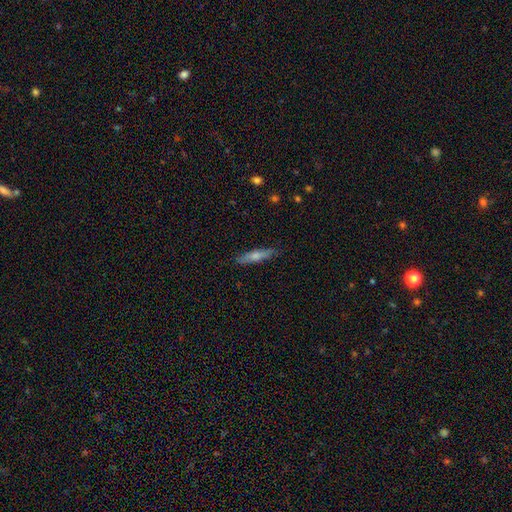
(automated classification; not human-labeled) This is likely a smooth galaxy (61%). How rounded: clearly cigar-shaped (82%). Merging: clearly none (86%).